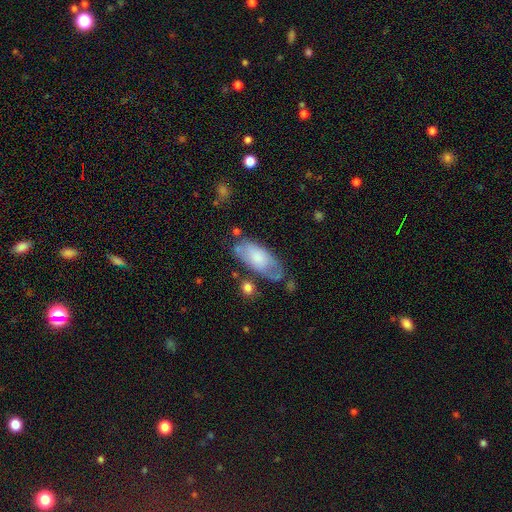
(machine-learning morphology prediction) A smooth galaxy with no disk features (60%) that is in between round and cigar-shaped (85%). Merging: none (54%).